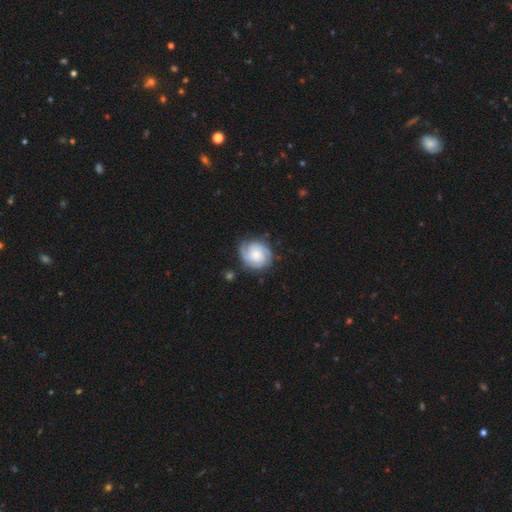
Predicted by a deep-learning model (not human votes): This appears to be a featured or disk galaxy (76%) with no bar (74%), 3 (35%) tight (61%) spiral arms (96%) and a small central bulge (51%). Merging: none (76%).